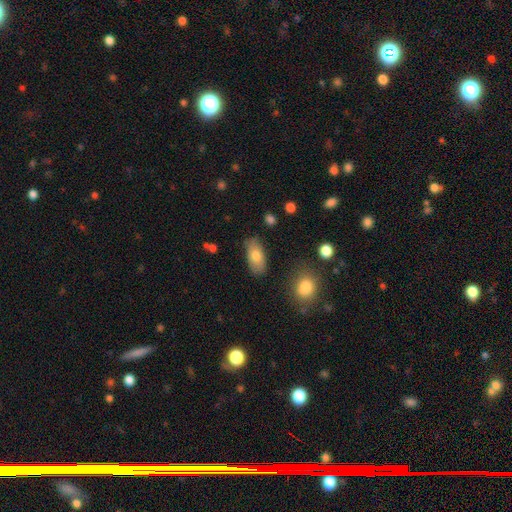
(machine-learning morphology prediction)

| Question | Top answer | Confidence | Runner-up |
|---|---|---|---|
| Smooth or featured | smooth | 78% | featured or disk (15%) |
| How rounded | in between | 91% | cigar-shaped (6%) |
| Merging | none | 78% | minor disturbance (16%) |